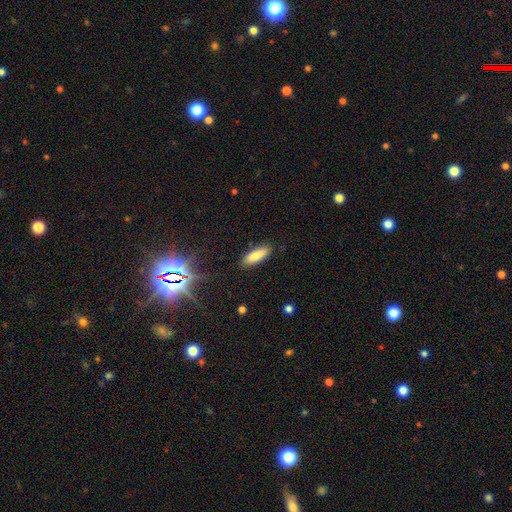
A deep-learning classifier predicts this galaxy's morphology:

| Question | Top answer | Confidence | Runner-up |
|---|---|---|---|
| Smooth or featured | smooth | 81% | featured or disk (11%) |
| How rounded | in between | 57% | cigar-shaped (41%) |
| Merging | none | 88% | minor disturbance (9%) |